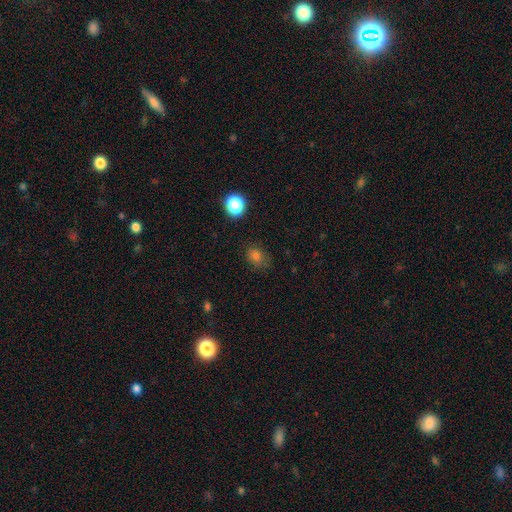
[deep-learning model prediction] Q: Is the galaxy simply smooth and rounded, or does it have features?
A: smooth — 75%.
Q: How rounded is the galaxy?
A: round — 50%.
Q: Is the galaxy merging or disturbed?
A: none — 77%.